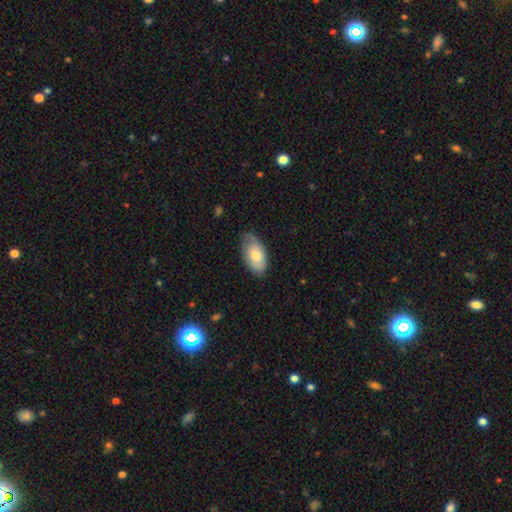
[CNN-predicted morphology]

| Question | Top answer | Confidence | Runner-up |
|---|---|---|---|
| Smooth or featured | smooth | 74% | featured or disk (20%) |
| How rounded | in between | 94% | round (3%) |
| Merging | none | 64% | minor disturbance (29%) |